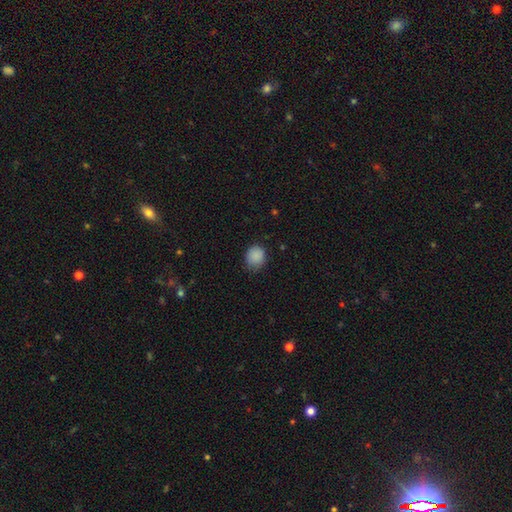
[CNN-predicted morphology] smooth_or_featured: smooth (p=0.88) [alt: star or artifact p=0.09]
how_rounded: round (p=0.75) [alt: in between p=0.24]
merging: none (p=0.74) [alt: minor disturbance p=0.21]